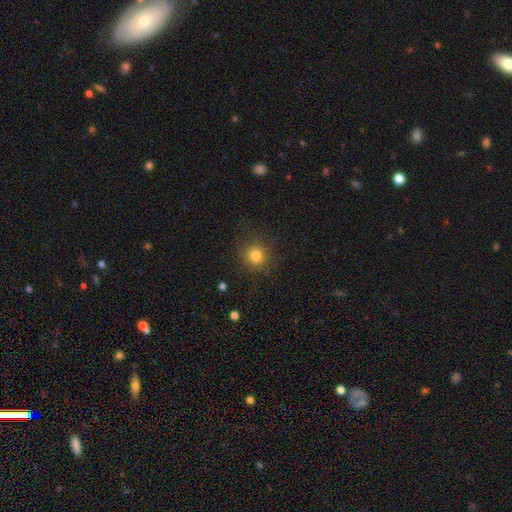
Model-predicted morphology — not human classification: smooth 80%, star or artifact 13%, featured or disk 6%. Down the decision tree: how rounded — round (90%); merging — none (85%).